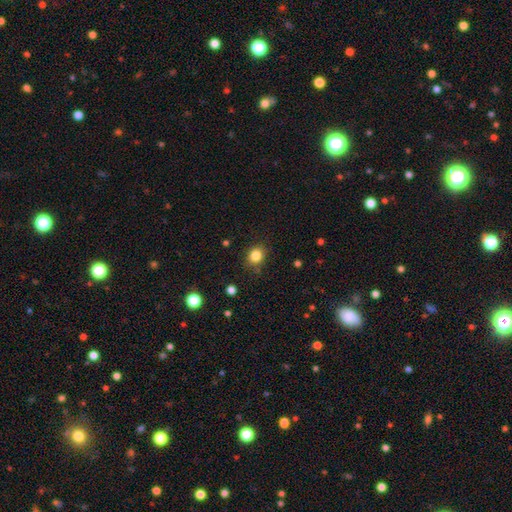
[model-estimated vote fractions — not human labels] Smooth or featured? smooth (84%)
How rounded? round (64%)
Merging? none (84%)